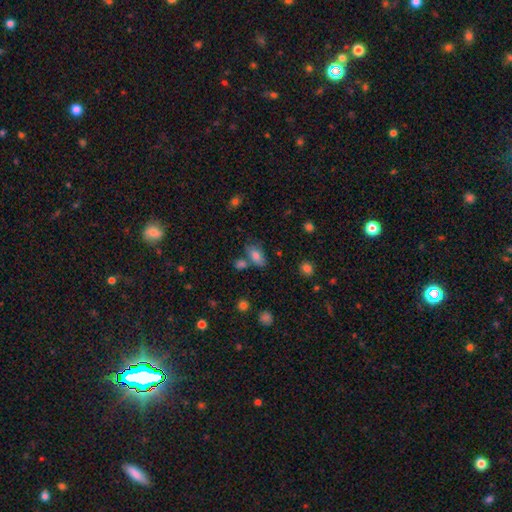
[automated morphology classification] The model was most divided on "merging": none: 59%, merger: 18%, minor disturbance: 17%, major disturbance: 6%. More confident: how rounded — in between (87%); smooth or featured — smooth (79%).